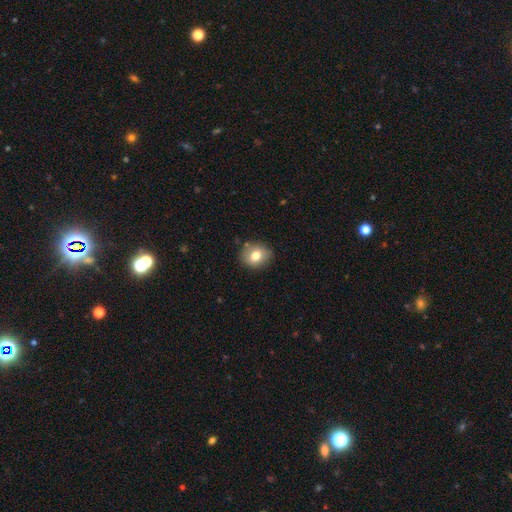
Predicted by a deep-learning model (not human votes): Q: Smooth or featured?
A: smooth (78%); runner-up: featured or disk (13%)
Q: How rounded?
A: round (65%); runner-up: in between (34%)
Q: Merging?
A: none (84%); runner-up: minor disturbance (11%)